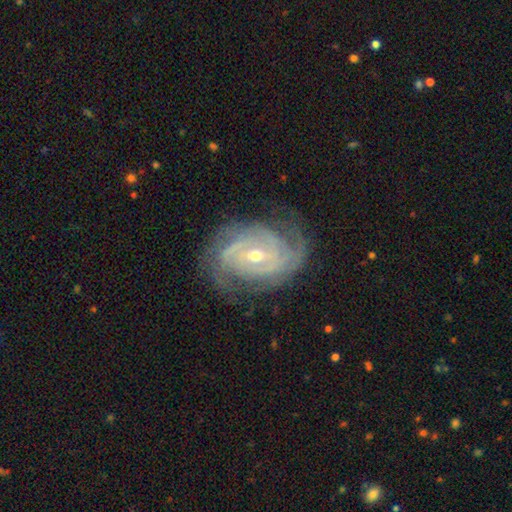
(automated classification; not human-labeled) Morphology: type=featured or disk (89%); edge-on=no (97%); bar=weak (46%); spiral arms=yes (96%); winding=tight (68%); arm count=2 (28%); bulge=small (53%); merging=none (72%).